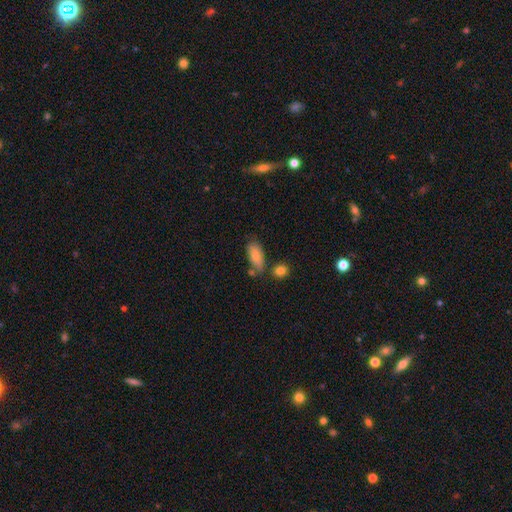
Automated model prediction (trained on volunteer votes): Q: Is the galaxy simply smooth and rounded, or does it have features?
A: smooth — 83%.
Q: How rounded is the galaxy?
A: in between — 85%.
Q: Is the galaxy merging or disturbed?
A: none — 62%.